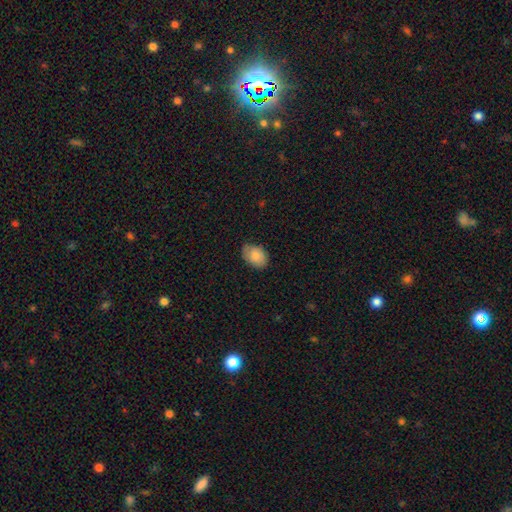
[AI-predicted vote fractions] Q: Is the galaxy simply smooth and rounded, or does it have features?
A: smooth — 84%.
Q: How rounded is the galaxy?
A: in between — 81%.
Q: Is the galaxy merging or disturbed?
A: none — 71%.